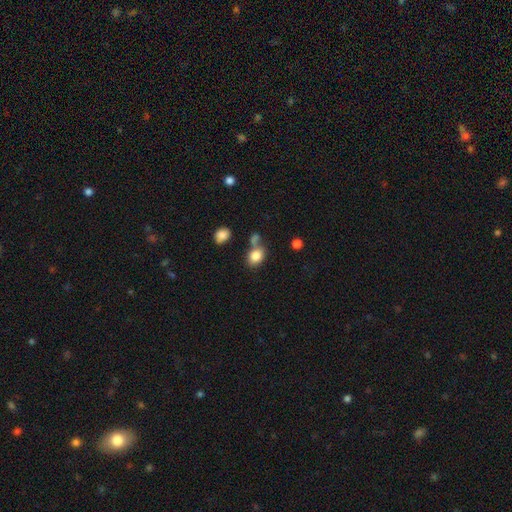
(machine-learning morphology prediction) Smooth or featured? smooth (83%)
How rounded? in between (58%)
Merging? none (55%)